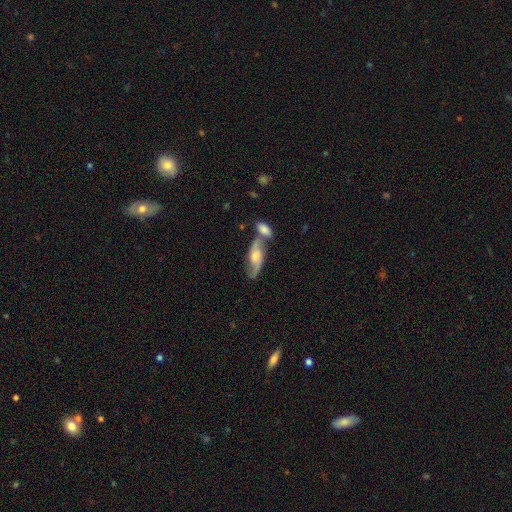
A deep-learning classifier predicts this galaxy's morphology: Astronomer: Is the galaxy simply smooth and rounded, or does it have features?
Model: featured or disk — 70%.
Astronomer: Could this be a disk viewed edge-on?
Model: no — 84%.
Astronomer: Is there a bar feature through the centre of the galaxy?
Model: no — 57% (runner-up: weak, 33%).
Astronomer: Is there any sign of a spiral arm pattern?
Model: yes — 90%.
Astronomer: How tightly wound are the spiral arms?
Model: loose — 49% (runner-up: medium, 37%).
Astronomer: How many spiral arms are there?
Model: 2 — 87%.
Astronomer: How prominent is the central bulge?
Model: moderate — 48%.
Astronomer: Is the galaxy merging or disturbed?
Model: merger — 41% (runner-up: none, 39%).